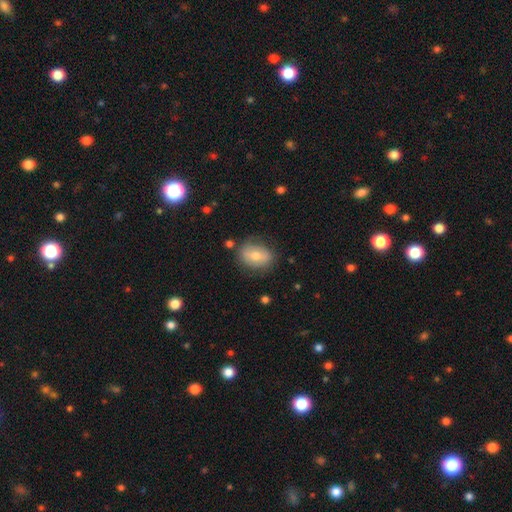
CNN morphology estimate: Smooth or featured?
  - smooth: 62% *
  - featured or disk: 31%
  - star or artifact: 8%
How rounded?
  - in between: 65% *
  - round: 34%
  - cigar-shaped: 1%
Merging?
  - none: 75% *
  - minor disturbance: 17%
  - major disturbance: 5%
  - merger: 2%